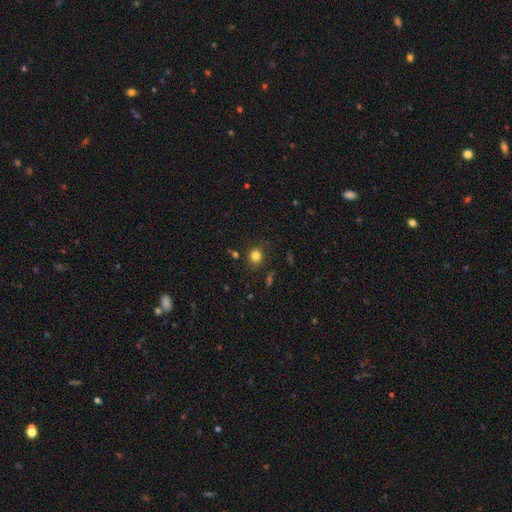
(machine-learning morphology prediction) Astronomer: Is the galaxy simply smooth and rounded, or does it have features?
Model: smooth — 80%.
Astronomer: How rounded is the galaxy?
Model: round — 84%.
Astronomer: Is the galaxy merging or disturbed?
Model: none — 84%.